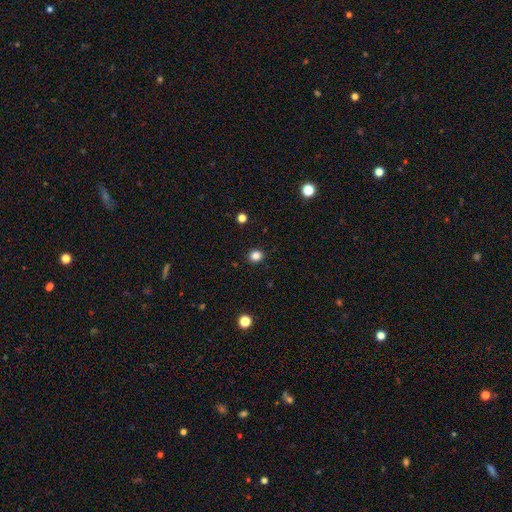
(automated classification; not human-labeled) Overall: smooth (84%). How rounded: round (80%). Merging: none (91%).